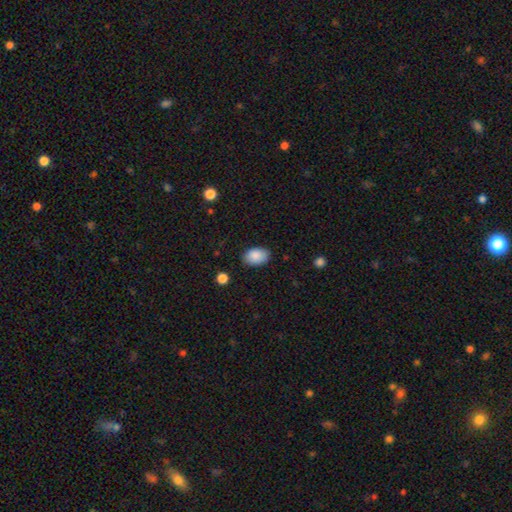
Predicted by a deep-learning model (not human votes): Smooth or featured? Predicted: smooth (p=0.89). How rounded? Predicted: in between (p=0.85). Merging? Predicted: none (p=0.84).